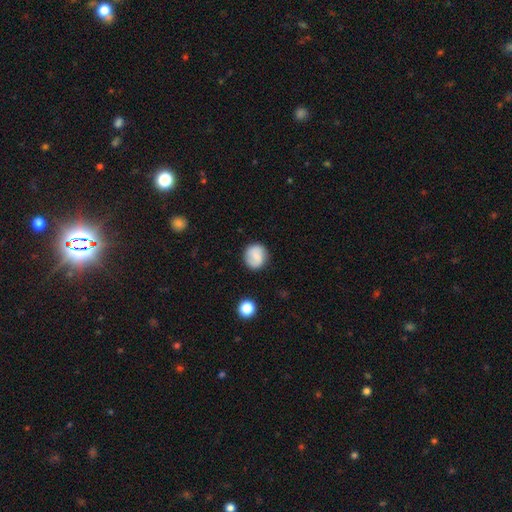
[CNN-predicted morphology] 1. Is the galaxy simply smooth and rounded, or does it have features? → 73% smooth, 18% featured or disk, 8% star or artifact.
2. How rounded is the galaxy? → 84% round, 15% in between, 1% cigar-shaped.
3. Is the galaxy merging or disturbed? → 83% none, 12% minor disturbance, 3% major disturbance, 2% merger.